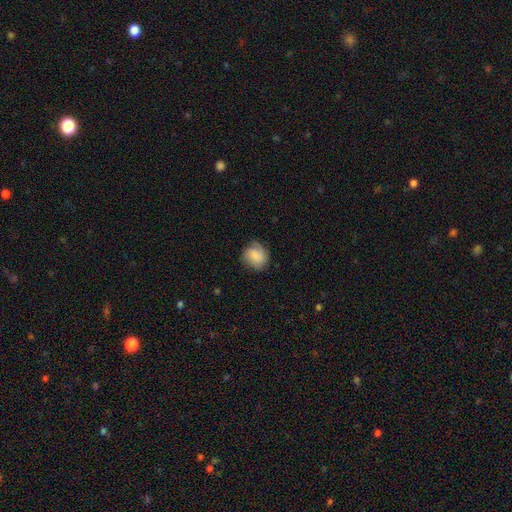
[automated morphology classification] Overall: smooth (70%). How rounded: round (75%). Merging: none (68%).